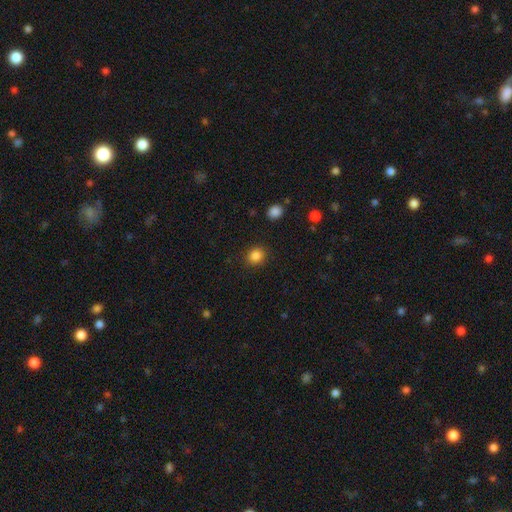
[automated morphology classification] The model was most divided on "how rounded": round: 83%, in between: 17%, cigar-shaped: 1%. More confident: merging — none (89%); smooth or featured — smooth (85%).